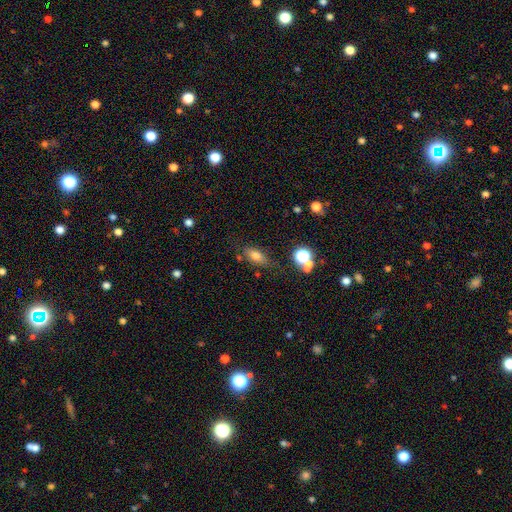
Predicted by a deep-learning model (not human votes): Smooth or featured? smooth (72%)
How rounded? in between (76%)
Merging? none (70%)